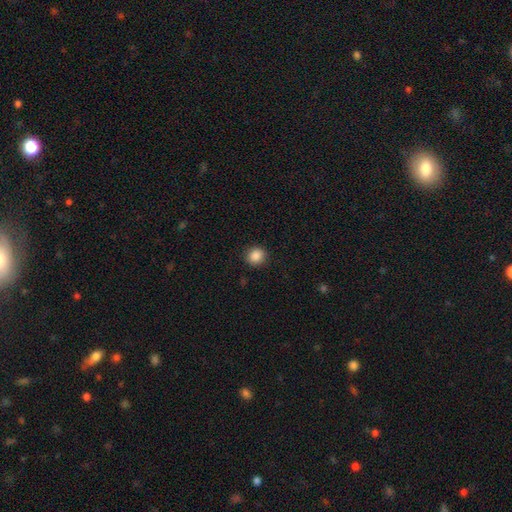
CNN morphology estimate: type=smooth (87%); roundness=round (86%); merging=none (91%).